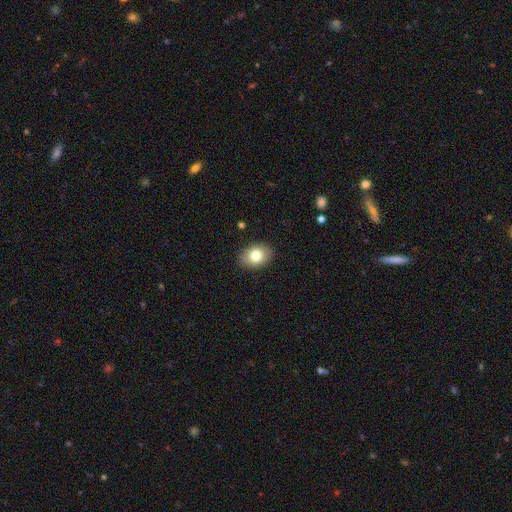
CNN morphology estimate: A smooth galaxy with no disk features (79%) that is in between round and cigar-shaped (74%). Merging: none (88%).